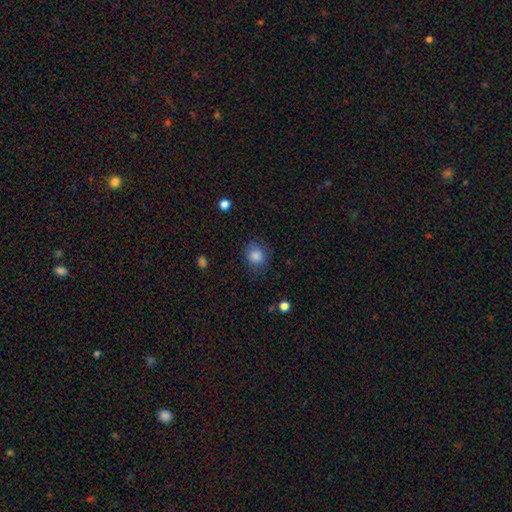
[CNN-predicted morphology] Smooth or featured? smooth (83%)
How rounded? round (67%)
Merging? none (69%)